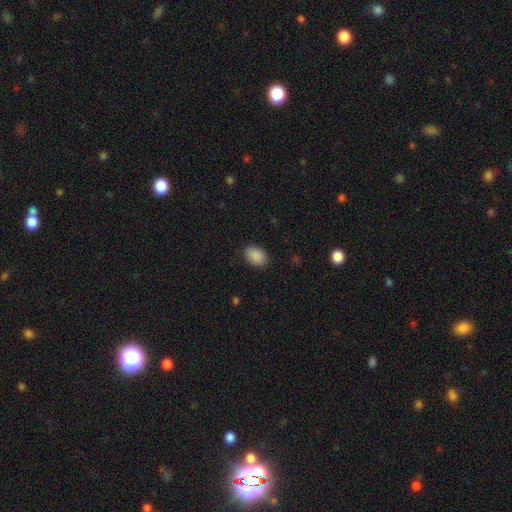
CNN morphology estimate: A smooth galaxy with no disk features (90%) that is in between round and cigar-shaped (79%). Merging: none (86%).